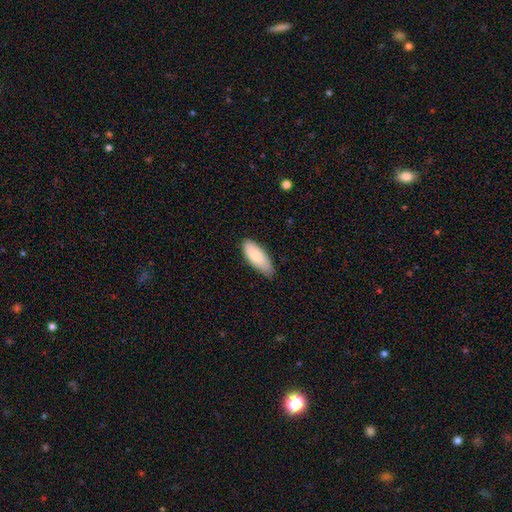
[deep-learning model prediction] Morphology: type=smooth (79%); roundness=in between (83%); merging=none (76%).